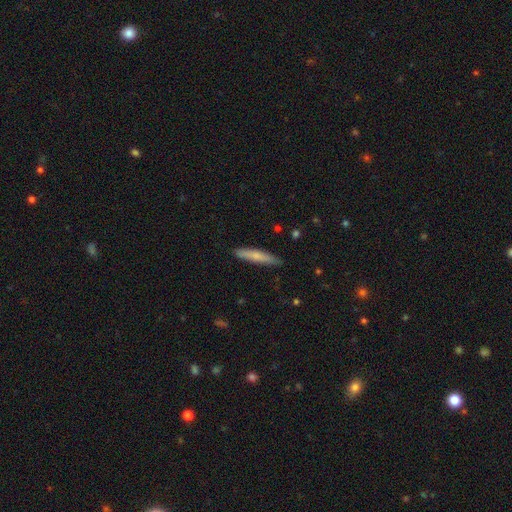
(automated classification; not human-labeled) Smooth or featured? Predicted: smooth (p=0.70). How rounded? Predicted: cigar-shaped (p=0.92). Merging? Predicted: none (p=0.88).